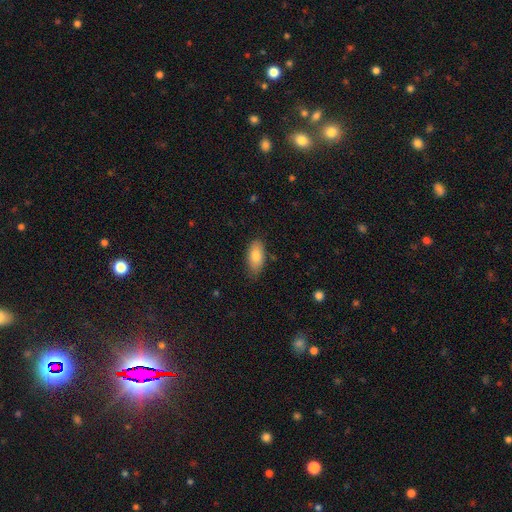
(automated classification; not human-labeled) smooth_or_featured: smooth (p=0.80) [alt: featured or disk p=0.13]
how_rounded: in between (p=0.91) [alt: cigar-shaped p=0.06]
merging: none (p=0.77) [alt: minor disturbance p=0.18]